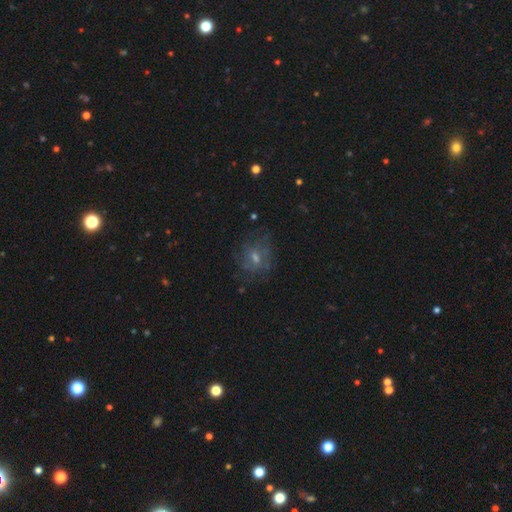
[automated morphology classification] Smooth or featured? Predicted: featured or disk (p=0.45). Merging? Predicted: none (p=0.65).